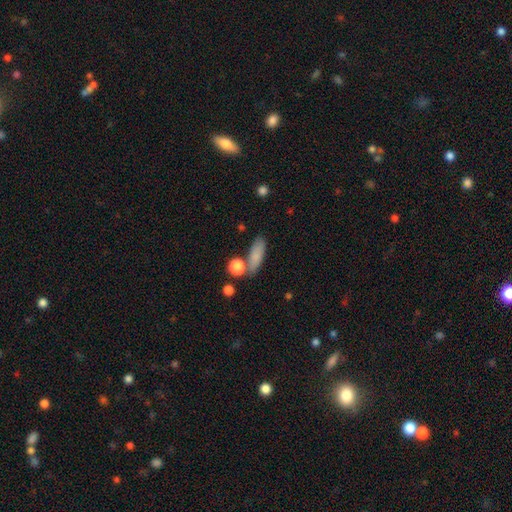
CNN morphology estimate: A smooth galaxy with no disk features (81%) that is in between round and cigar-shaped (55%).

Vote fractions:
- Smooth or featured? smooth: 81% / featured or disk: 10% / star or artifact: 9%
- How rounded? in between: 55% / cigar-shaped: 39% / round: 6%
- Merging? none: 67% / minor disturbance: 15% / merger: 12% / major disturbance: 5%